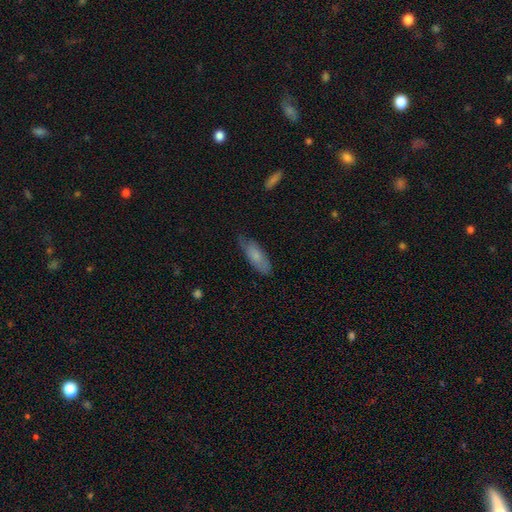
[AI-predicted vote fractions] Overall: smooth (73%). How rounded: in between (68%; cigar-shaped 31%). Merging: none (62%; minor disturbance 30%).